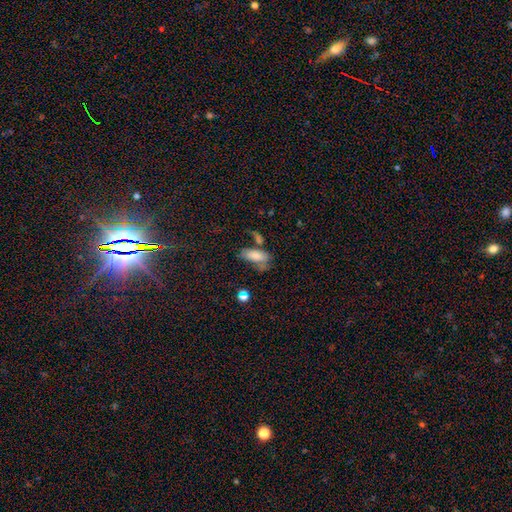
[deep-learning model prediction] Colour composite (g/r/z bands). It shows a smooth galaxy with no disk features (74%) that is in between round and cigar-shaped (84%). Merging: none (34%).